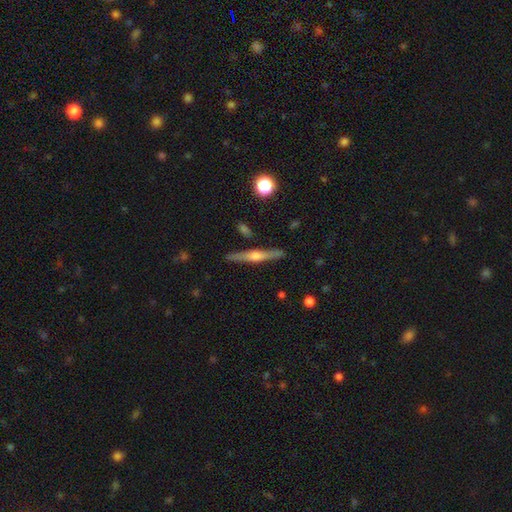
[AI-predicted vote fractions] Morphology: type=featured or disk (76%); edge-on=yes (98%); edge-on bulge=rounded (89%); merging=none (90%).